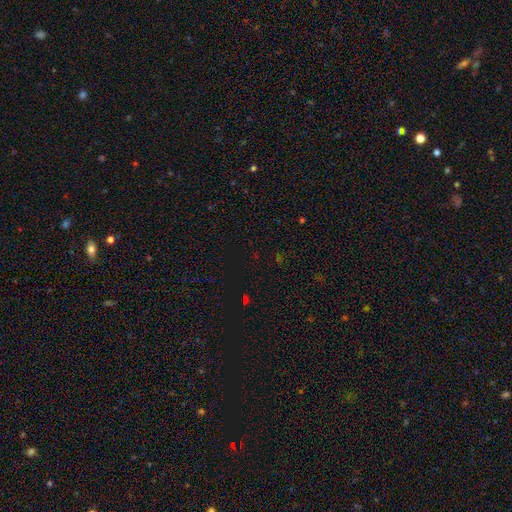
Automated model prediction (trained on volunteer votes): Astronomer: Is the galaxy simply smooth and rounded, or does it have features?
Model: star or artifact — 68%.